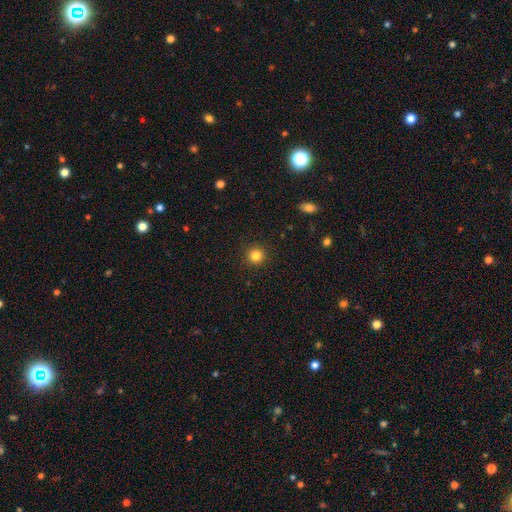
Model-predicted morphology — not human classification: smooth-or-featured: smooth: 84% | star or artifact: 12% | featured or disk: 4%
  how-rounded: round: 94% | in between: 6% | cigar-shaped: 1%
  merging: none: 92% | minor disturbance: 5% | major disturbance: 2% | merger: 1%